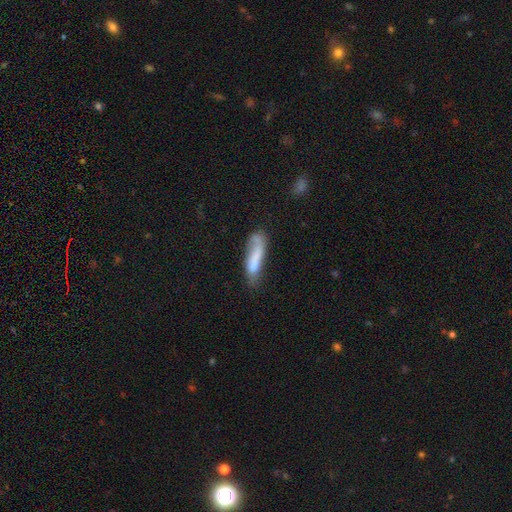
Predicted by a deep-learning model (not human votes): smooth 64%, featured or disk 28%, star or artifact 8%. Down the decision tree: how rounded — cigar-shaped (62%); merging — none (41%).